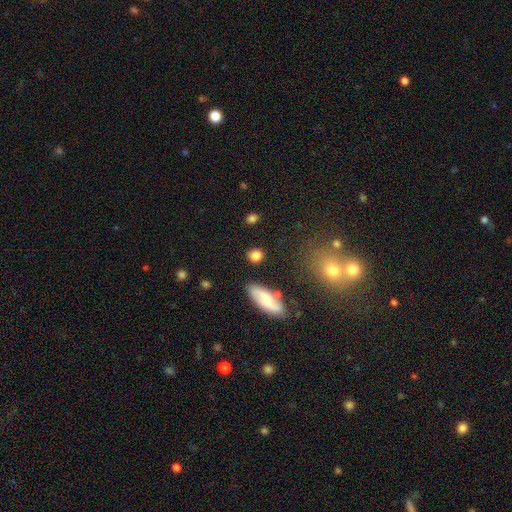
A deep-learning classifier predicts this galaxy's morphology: Smooth or featured: smooth — 81% (star or artifact — 10%)
How rounded: round — 64% (in between — 31%)
Merging: none — 78% (minor disturbance — 12%)